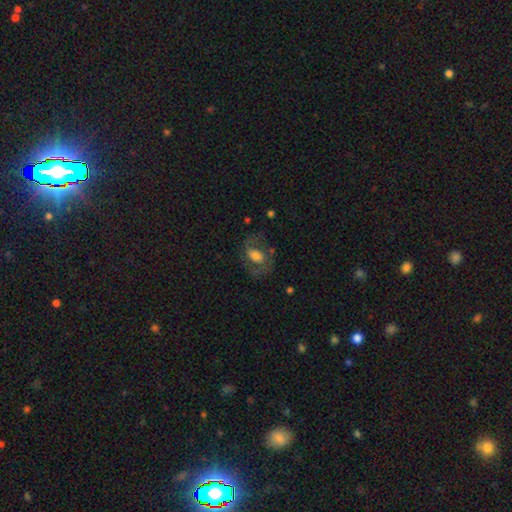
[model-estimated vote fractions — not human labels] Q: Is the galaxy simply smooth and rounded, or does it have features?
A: featured or disk — 60%.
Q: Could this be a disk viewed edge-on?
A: no — 96%.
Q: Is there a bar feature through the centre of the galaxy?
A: no — 43%.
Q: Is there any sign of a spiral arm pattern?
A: yes — 77%.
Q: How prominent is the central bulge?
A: moderate — 43%.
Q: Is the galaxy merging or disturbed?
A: none — 59%.